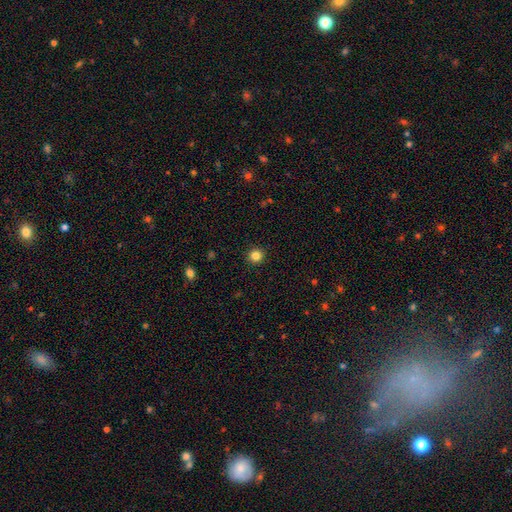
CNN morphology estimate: Smooth or featured?
  - smooth: 84% *
  - star or artifact: 12%
  - featured or disk: 4%
How rounded?
  - round: 94% *
  - in between: 5%
  - cigar-shaped: 1%
Merging?
  - none: 92% *
  - minor disturbance: 5%
  - major disturbance: 2%
  - merger: 1%